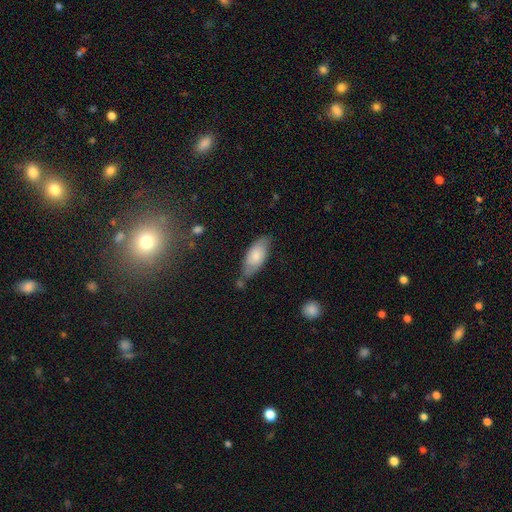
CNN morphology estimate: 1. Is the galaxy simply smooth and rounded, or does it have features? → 70% smooth, 24% featured or disk, 6% star or artifact.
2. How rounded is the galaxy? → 86% in between, 12% cigar-shaped, 2% round.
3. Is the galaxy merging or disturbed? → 60% none, 27% minor disturbance, 6% major disturbance, 6% merger.